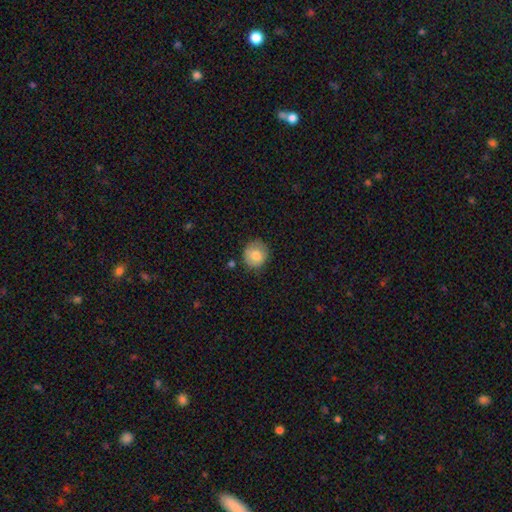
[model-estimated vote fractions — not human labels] Smooth or featured? Predicted: smooth (p=0.79). How rounded? Predicted: round (p=0.86). Merging? Predicted: none (p=0.78).